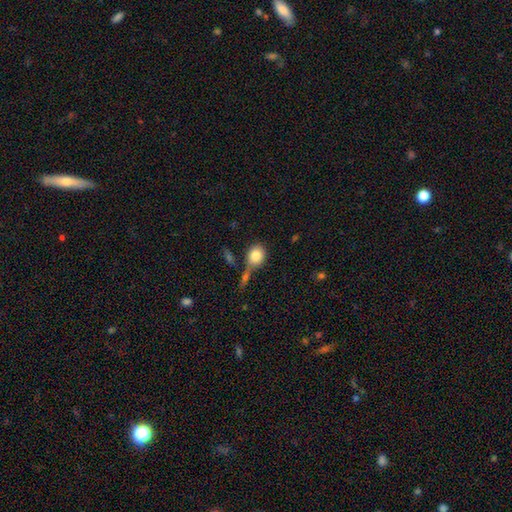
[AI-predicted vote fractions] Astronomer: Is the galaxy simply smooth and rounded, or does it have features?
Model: smooth — 83%.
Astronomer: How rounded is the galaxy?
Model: round — 61% (runner-up: in between, 37%).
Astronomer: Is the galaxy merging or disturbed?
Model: none — 49% (runner-up: merger, 26%).